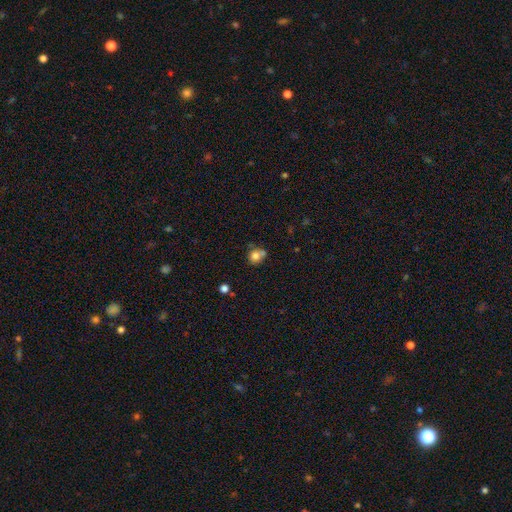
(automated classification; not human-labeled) Smooth or featured: smooth — 79% (star or artifact — 12%)
How rounded: round — 79% (in between — 21%)
Merging: none — 50% (merger — 25%)